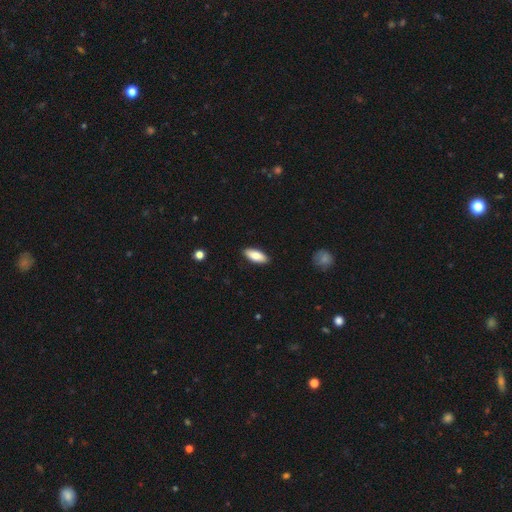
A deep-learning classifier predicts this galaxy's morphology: This is clearly a smooth galaxy (80%). How rounded: likely in between (79%). Merging: clearly none (90%).